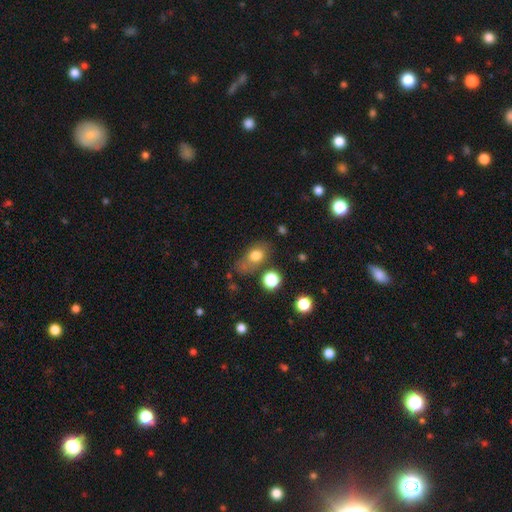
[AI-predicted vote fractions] Smooth or featured? Predicted: smooth (p=0.75). How rounded? Predicted: in between (p=0.76). Merging? Predicted: none (p=0.53).